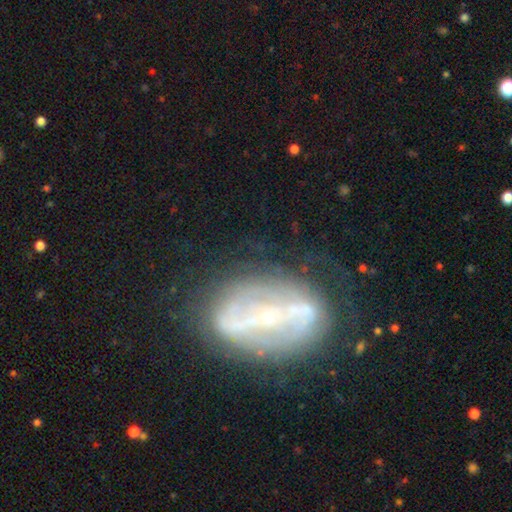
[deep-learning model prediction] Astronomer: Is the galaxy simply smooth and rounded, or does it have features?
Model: featured or disk — 78%.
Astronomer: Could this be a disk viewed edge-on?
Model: no — 88%.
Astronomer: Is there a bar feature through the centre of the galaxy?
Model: strong — 69%.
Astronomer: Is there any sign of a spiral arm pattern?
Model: yes — 59% (runner-up: no, 41%).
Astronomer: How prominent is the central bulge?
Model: small — 77%.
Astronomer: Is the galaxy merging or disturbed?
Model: none — 75%.